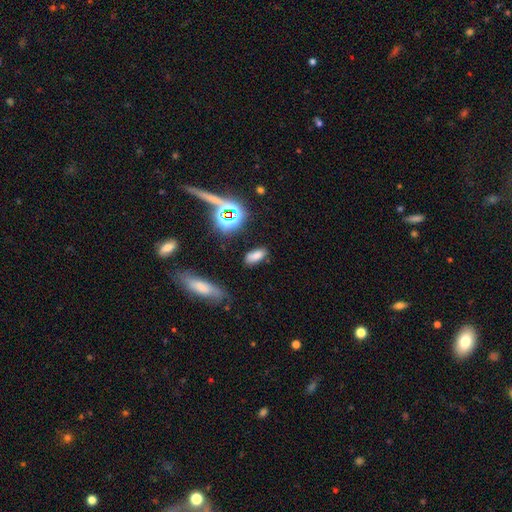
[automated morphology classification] A smooth galaxy with no disk features (74%) that is in between round and cigar-shaped (82%). Merging: none (80%).